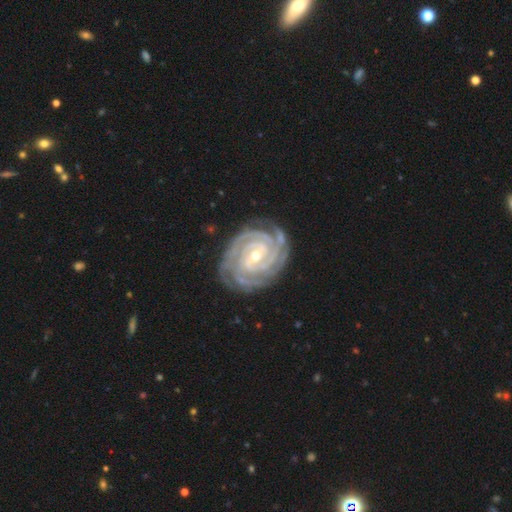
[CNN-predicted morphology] A featured or disk galaxy (93%) with a weak bar (43%), 4 (30%) tight (85%) spiral arms (99%) and a small central bulge (55%). Merging: none (80%).